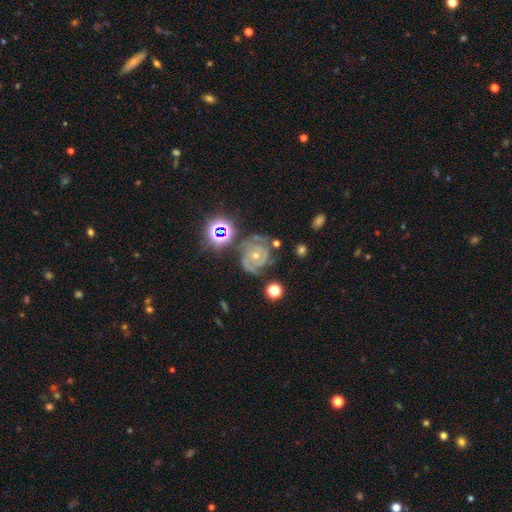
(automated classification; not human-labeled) This appears to be a featured or disk galaxy (79%) with no bar (76%), 3 (34%) tight (66%) spiral arms (95%) and a small central bulge (52%). Merging: none (61%).